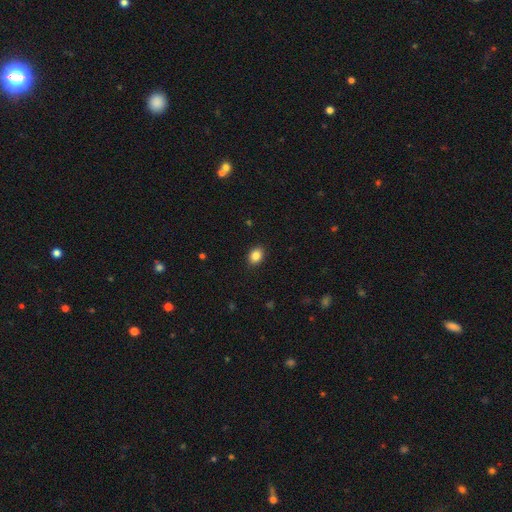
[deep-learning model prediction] Morphology: type=smooth (86%); roundness=in between (58%); merging=none (90%).